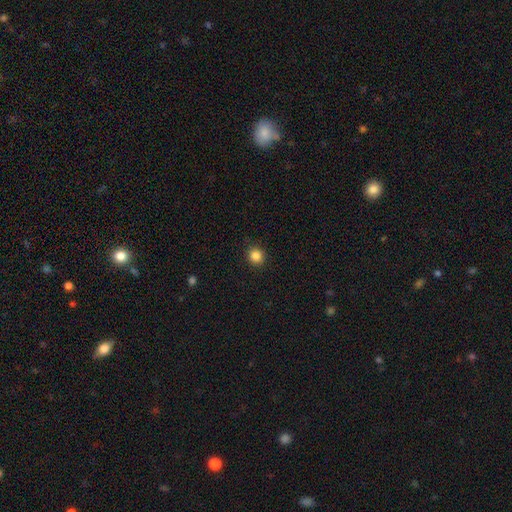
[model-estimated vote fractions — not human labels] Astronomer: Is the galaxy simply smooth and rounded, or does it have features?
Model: smooth — 85%.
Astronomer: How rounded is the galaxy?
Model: round — 88%.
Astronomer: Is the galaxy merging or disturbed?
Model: none — 91%.